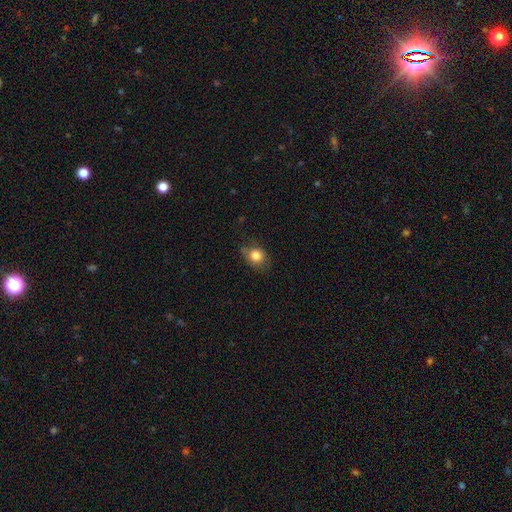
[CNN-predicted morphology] Q: Smooth or featured?
A: smooth (81%); runner-up: star or artifact (10%)
Q: How rounded?
A: round (54%); runner-up: in between (44%)
Q: Merging?
A: none (64%); runner-up: minor disturbance (27%)